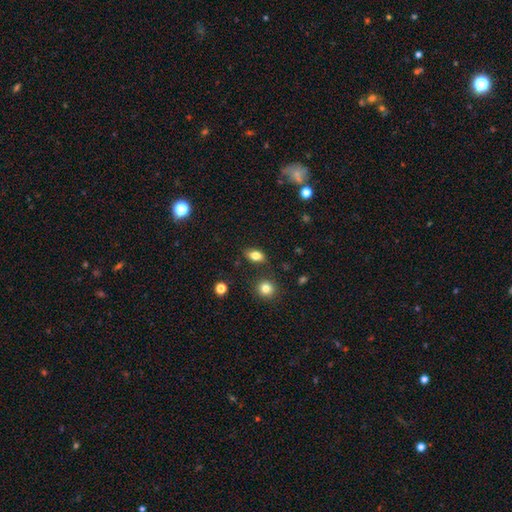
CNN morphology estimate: Smooth or featured?
  - smooth: 80% *
  - featured or disk: 11%
  - star or artifact: 10%
How rounded?
  - in between: 83% *
  - round: 13%
  - cigar-shaped: 4%
Merging?
  - none: 82% *
  - minor disturbance: 11%
  - merger: 3%
  - major disturbance: 3%